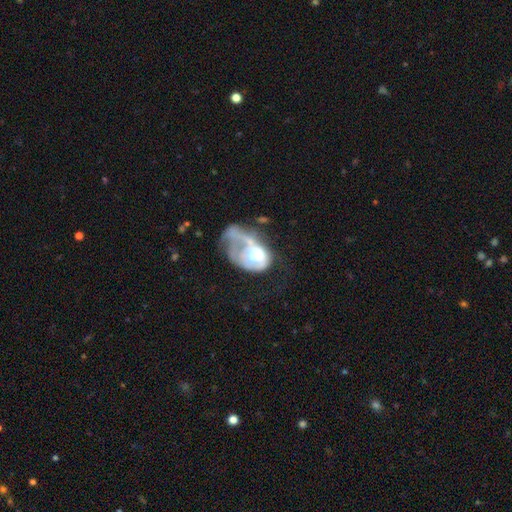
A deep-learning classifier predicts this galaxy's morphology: This is possibly a featured or disk galaxy (57%). It is clearly not viewed edge-on (97%). Bar: clearly no (82%). Spiral arm pattern: likely no (67%). Central bulge: marginally moderate (43%). Merging: possibly major disturbance (58%).